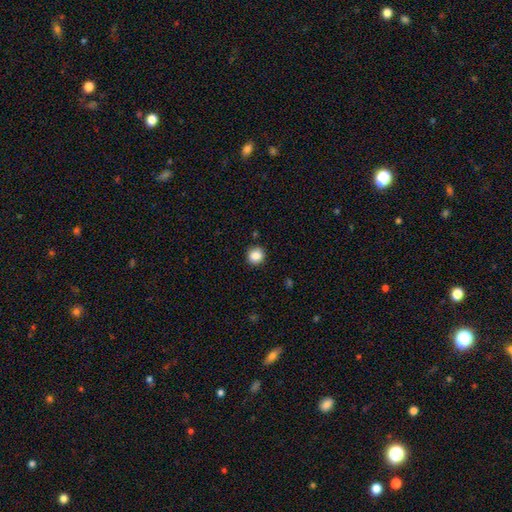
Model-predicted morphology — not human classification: Smooth or featured?
  - smooth: 86% *
  - star or artifact: 10%
  - featured or disk: 4%
How rounded?
  - round: 89% *
  - in between: 10%
  - cigar-shaped: 1%
Merging?
  - none: 88% *
  - minor disturbance: 8%
  - major disturbance: 2%
  - merger: 1%